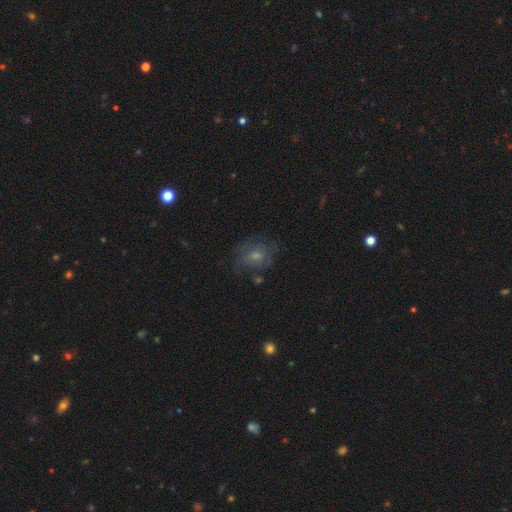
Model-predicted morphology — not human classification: smooth-or-featured: smooth: 39% | featured or disk: 37% | star or artifact: 24%
  merging: none: 70% | minor disturbance: 18% | major disturbance: 10% | merger: 2%